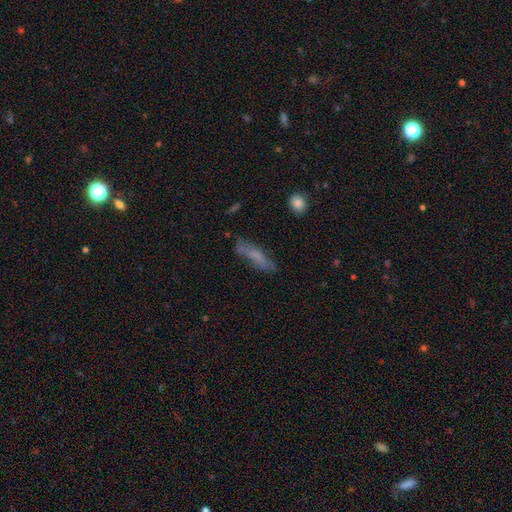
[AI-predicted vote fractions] Smooth or featured?
  - smooth: 59% *
  - featured or disk: 31%
  - star or artifact: 10%
How rounded?
  - cigar-shaped: 72% *
  - in between: 25%
  - round: 2%
Merging?
  - none: 64% *
  - minor disturbance: 22%
  - major disturbance: 9%
  - merger: 4%